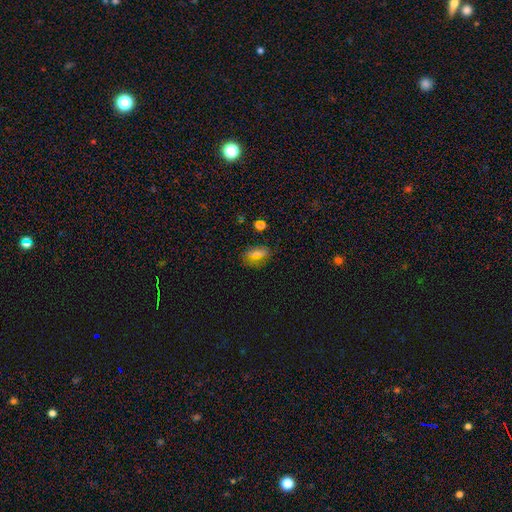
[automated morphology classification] Smooth or featured? smooth (55%)
How rounded? in between (62%)
Merging? none (82%)